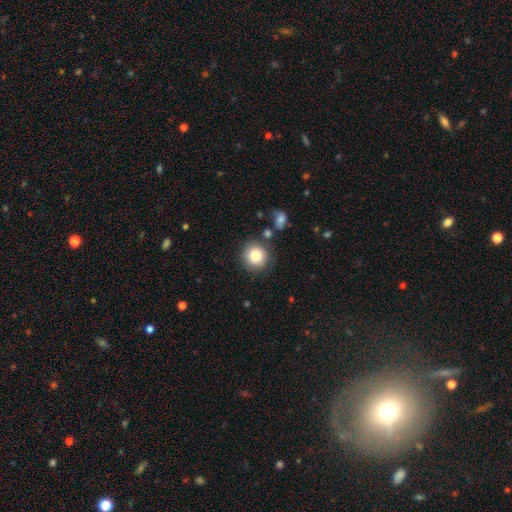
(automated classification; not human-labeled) The model was most divided on "smooth or featured": smooth: 84%, star or artifact: 9%, featured or disk: 7%. More confident: how rounded — round (93%); merging — none (84%).